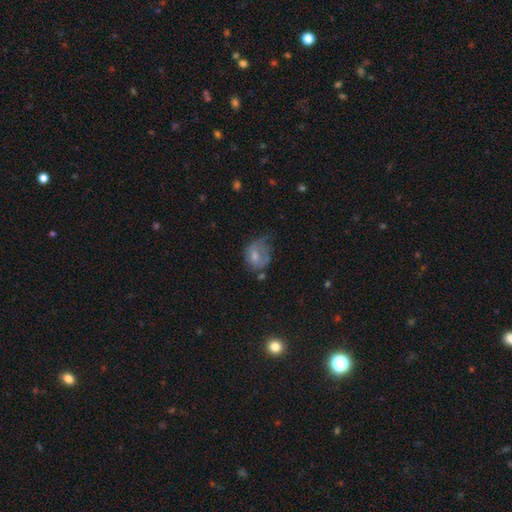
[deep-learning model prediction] A smooth galaxy with no disk features (57%) that is in between round and cigar-shaped (50%). Merging: major disturbance (34%).